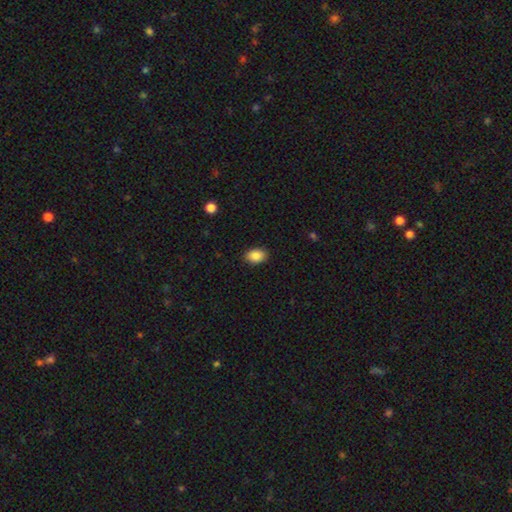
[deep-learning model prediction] Smooth or featured: smooth — 88% (star or artifact — 8%)
How rounded: in between — 82% (round — 17%)
Merging: none — 88% (minor disturbance — 9%)